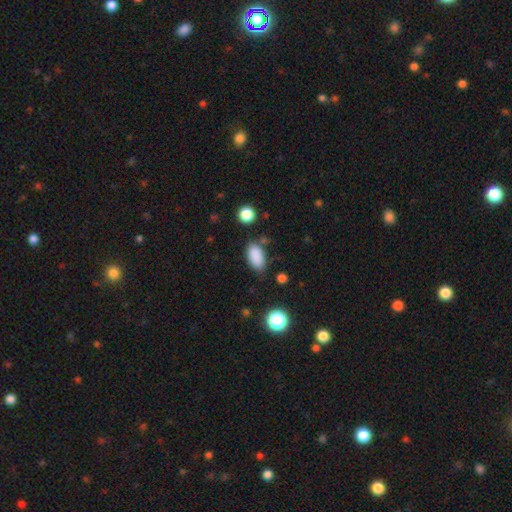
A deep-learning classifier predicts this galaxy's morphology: Smooth or featured? smooth (87%)
How rounded? in between (92%)
Merging? none (75%)